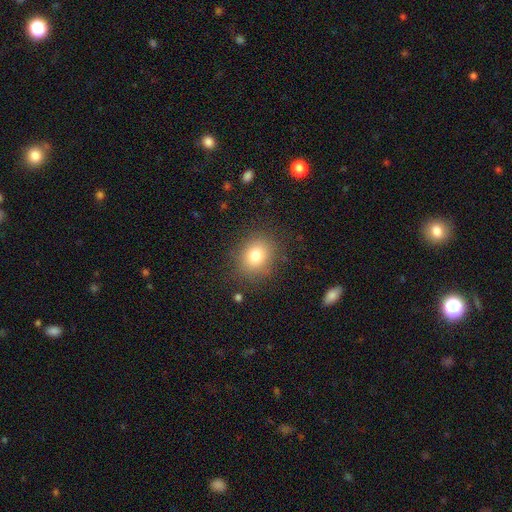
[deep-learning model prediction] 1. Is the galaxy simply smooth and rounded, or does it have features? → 79% smooth, 12% star or artifact, 9% featured or disk.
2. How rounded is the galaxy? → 64% round, 35% in between, 1% cigar-shaped.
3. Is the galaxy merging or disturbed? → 85% none, 10% minor disturbance, 4% major disturbance, 1% merger.